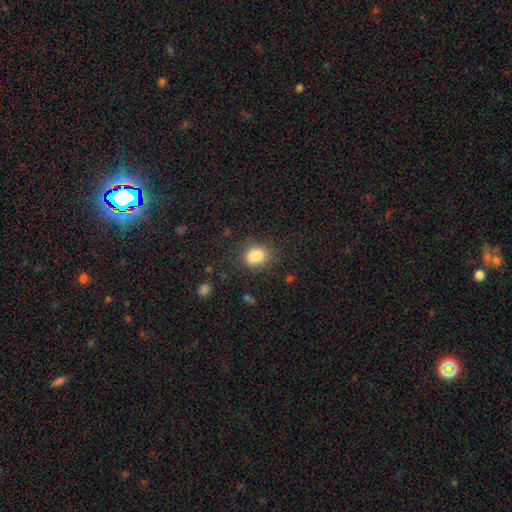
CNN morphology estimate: type=smooth (83%); roundness=round (50%); merging=none (67%).